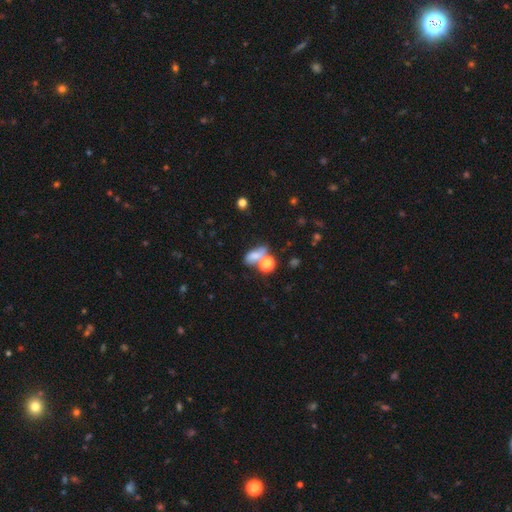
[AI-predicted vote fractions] This appears to be a smooth galaxy with no disk features (70%) that is in between round and cigar-shaped (73%). Merging: merger (40%).